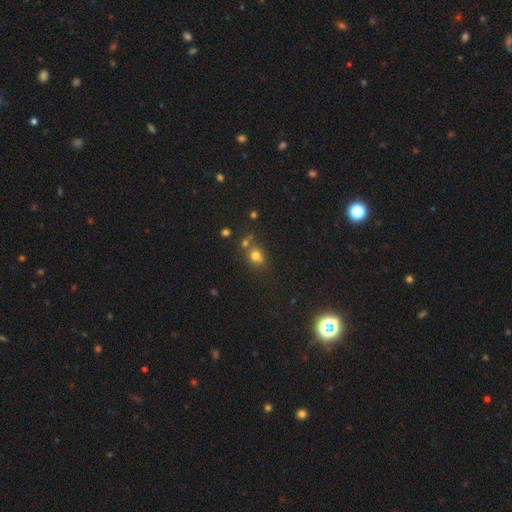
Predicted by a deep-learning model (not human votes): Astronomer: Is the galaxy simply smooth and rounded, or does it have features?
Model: smooth — 70%.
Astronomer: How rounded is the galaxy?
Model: round — 72%.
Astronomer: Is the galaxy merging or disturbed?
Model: none — 51% (runner-up: merger, 32%).